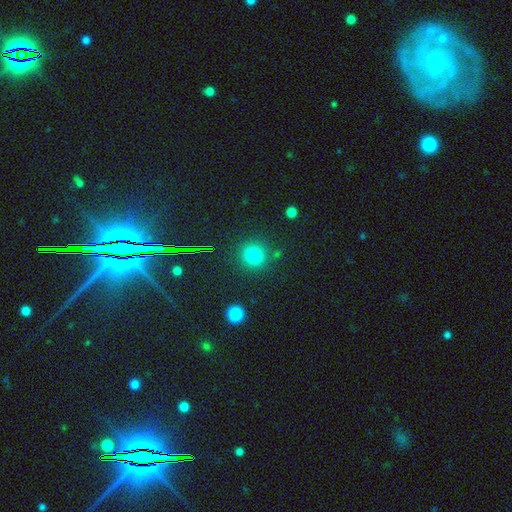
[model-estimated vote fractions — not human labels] A smooth galaxy with no disk features (76%) that is round (92%). Merging: none (86%).